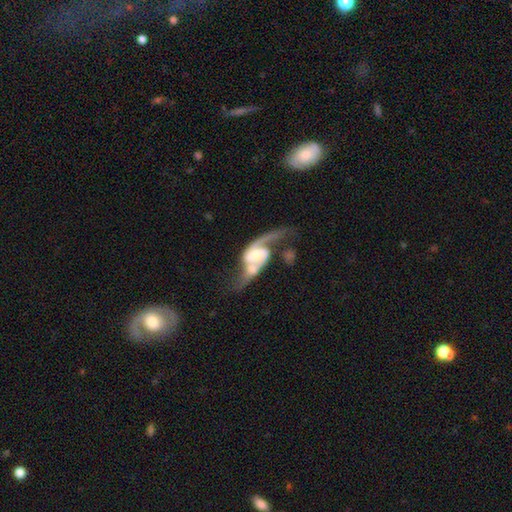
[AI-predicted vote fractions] smooth_or_featured: featured or disk (p=0.88) [alt: smooth p=0.07]
disk_edge_on: no (p=0.97) [alt: yes p=0.03]
bar: weak (p=0.43) [alt: strong p=0.35]
has_spiral_arms: yes (p=0.95) [alt: no p=0.05]
spiral_winding: loose (p=0.59) [alt: medium p=0.33]
spiral_arm_count: 2 (p=0.87) [alt: 1 p=0.07]
bulge_size: moderate (p=0.37) [alt: small p=0.34]
merging: none (p=0.38) [alt: merger p=0.26]